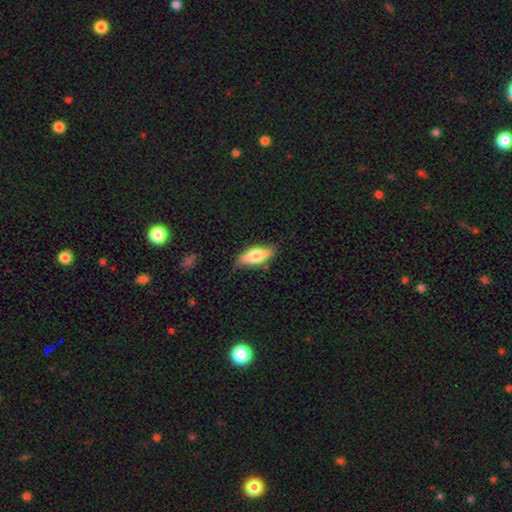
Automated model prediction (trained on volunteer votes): A smooth galaxy with no disk features (64%) that is in between round and cigar-shaped (66%). Merging: none (78%).